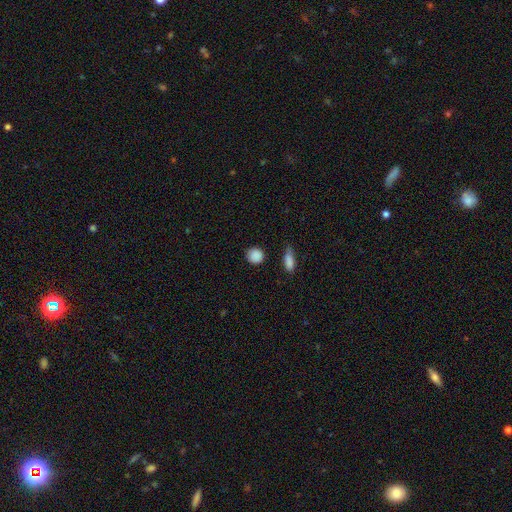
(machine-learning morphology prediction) This appears to be a smooth galaxy with no disk features (87%) that is round (88%). Merging: none (83%).